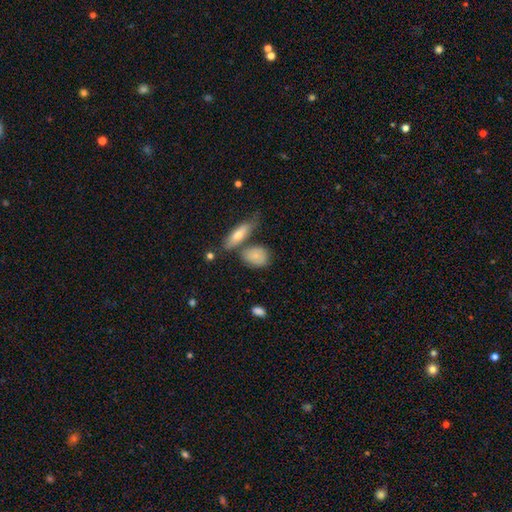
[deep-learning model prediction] Smooth or featured?
  - smooth: 78% *
  - featured or disk: 15%
  - star or artifact: 7%
How rounded?
  - in between: 65% *
  - round: 29%
  - cigar-shaped: 6%
Merging?
  - none: 58% *
  - merger: 19%
  - minor disturbance: 18%
  - major disturbance: 5%